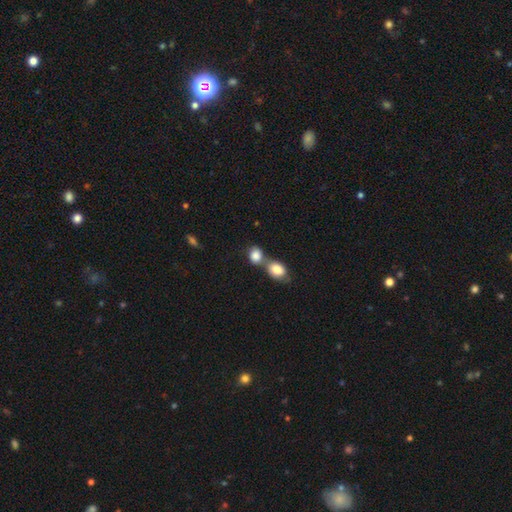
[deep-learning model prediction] Smooth or featured: smooth — 84% (star or artifact — 8%)
How rounded: round — 52% (in between — 47%)
Merging: merger — 59% (none — 29%)